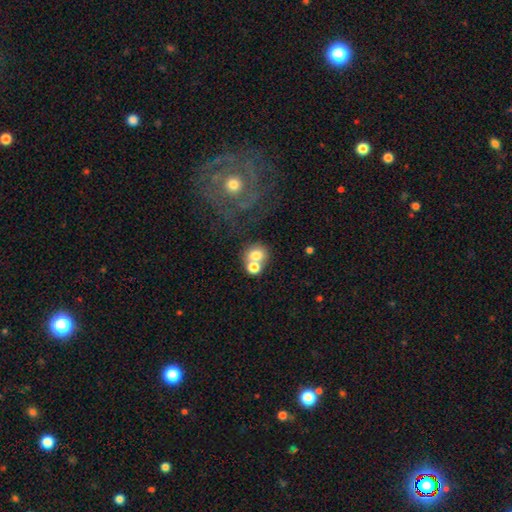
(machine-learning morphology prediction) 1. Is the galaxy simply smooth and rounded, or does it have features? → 72% smooth, 17% featured or disk, 12% star or artifact.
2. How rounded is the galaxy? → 74% round, 25% in between, 1% cigar-shaped.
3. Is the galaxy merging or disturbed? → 47% merger, 38% none, 9% minor disturbance, 6% major disturbance.